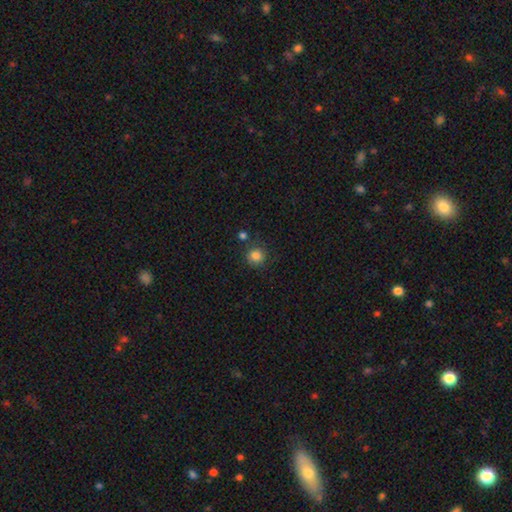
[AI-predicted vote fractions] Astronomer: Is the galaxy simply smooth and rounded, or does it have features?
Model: smooth — 84%.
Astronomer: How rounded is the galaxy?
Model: round — 89%.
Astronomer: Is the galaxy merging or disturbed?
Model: none — 78%.